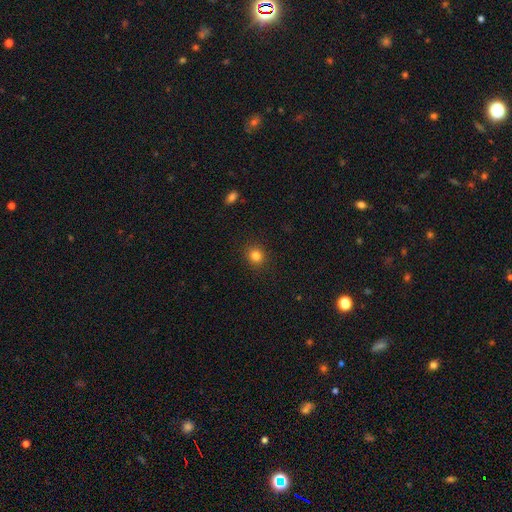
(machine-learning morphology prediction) The model was most divided on "smooth or featured": smooth: 82%, star or artifact: 13%, featured or disk: 5%. More confident: merging — none (91%); how rounded — round (88%).